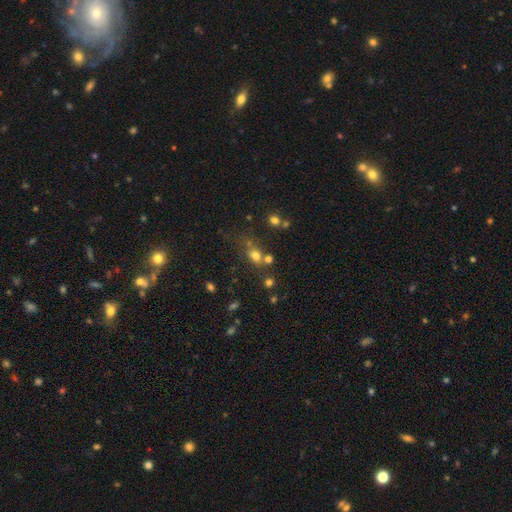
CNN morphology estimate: smooth-or-featured: smooth: 68% | star or artifact: 20% | featured or disk: 12%
  how-rounded: round: 52% | in between: 45% | cigar-shaped: 3%
  merging: none: 48% | merger: 28% | minor disturbance: 15% | major disturbance: 9%